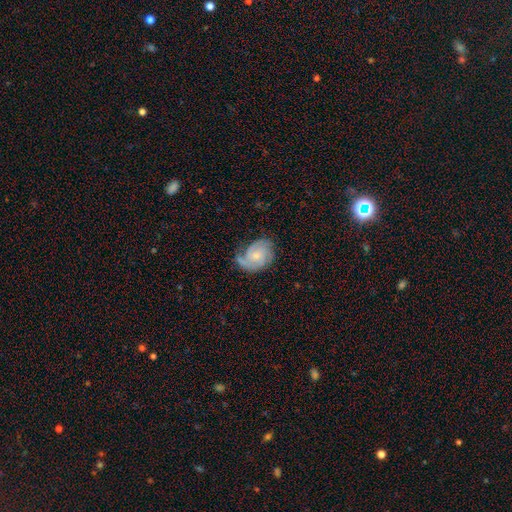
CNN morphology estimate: A featured or disk galaxy (71%) with no bar (71%), 2 (41%) tight (45%) spiral arms (92%) and a small central bulge (56%).

Vote fractions:
- Smooth or featured? featured or disk: 71% / smooth: 22% / star or artifact: 6%
- Edge-on disk? no: 97% / yes: 3%
- Bar? no: 71% / weak: 25% / strong: 3%
- Spiral arms? yes: 92% / no: 8%
- Spiral winding? tight: 45% / medium: 39% / loose: 16%
- Spiral arm count? 2: 41% / can't tell: 21% / 3: 18% / 1: 13% / 4: 4% / more than 4: 3%
- Bulge size? small: 56% / moderate: 35% / none: 5% / large: 2% / dominant: 1%
- Merging? none: 55% / minor disturbance: 29% / major disturbance: 14% / merger: 3%